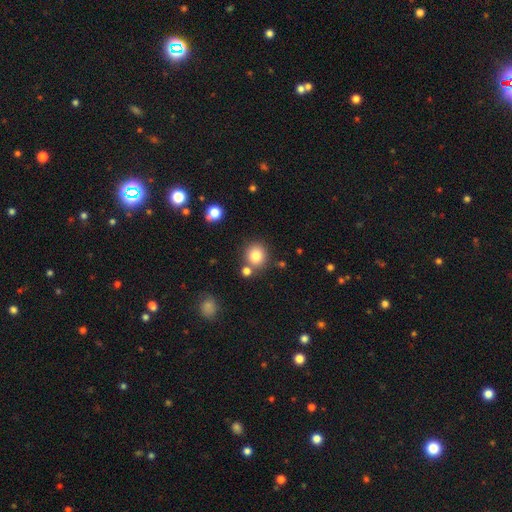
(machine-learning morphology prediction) Smooth or featured?
  - smooth: 81% *
  - star or artifact: 11%
  - featured or disk: 7%
How rounded?
  - round: 85% *
  - in between: 14%
  - cigar-shaped: 1%
Merging?
  - none: 75% *
  - merger: 13%
  - minor disturbance: 9%
  - major disturbance: 3%